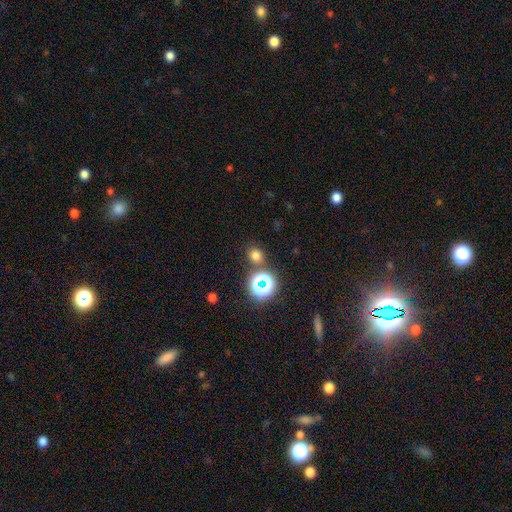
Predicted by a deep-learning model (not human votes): Smooth or featured?
  - smooth: 69% *
  - star or artifact: 25%
  - featured or disk: 6%
How rounded?
  - round: 82% *
  - in between: 17%
  - cigar-shaped: 1%
Merging?
  - none: 80% *
  - merger: 9%
  - minor disturbance: 8%
  - major disturbance: 4%